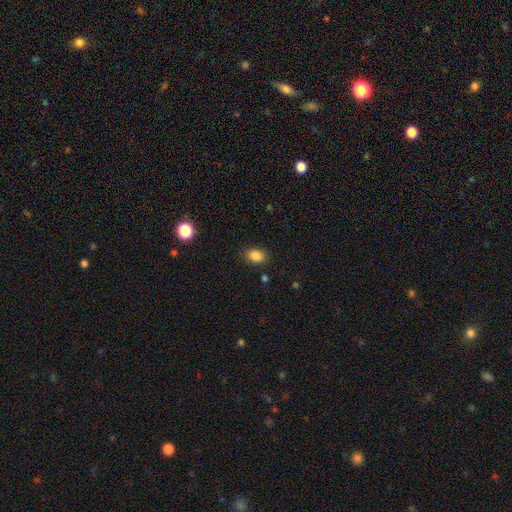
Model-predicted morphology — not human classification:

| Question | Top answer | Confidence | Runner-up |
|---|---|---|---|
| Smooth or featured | smooth | 85% | star or artifact (10%) |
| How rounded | in between | 73% | round (25%) |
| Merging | none | 84% | minor disturbance (11%) |